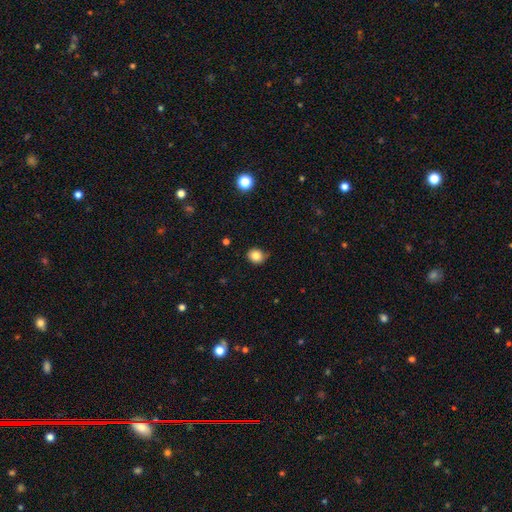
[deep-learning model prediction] smooth 83%, star or artifact 11%, featured or disk 7%. Down the decision tree: how rounded — round (75%); merging — none (74%).